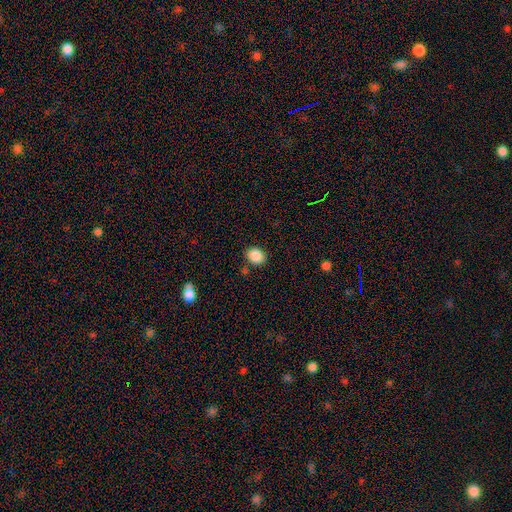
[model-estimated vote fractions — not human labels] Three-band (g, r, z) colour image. It shows a smooth galaxy with no disk features (87%) that is round (57%). Merging: none (83%).